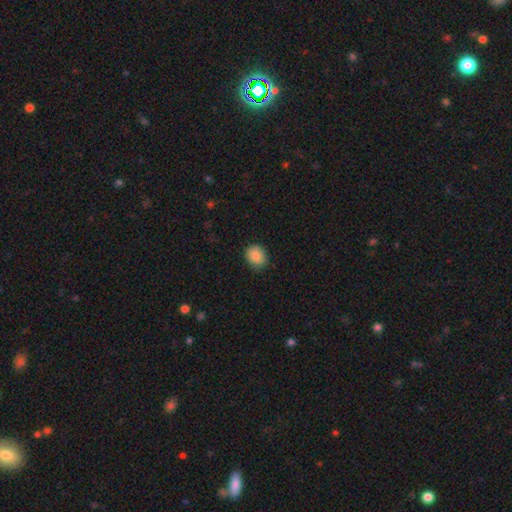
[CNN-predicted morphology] This appears to be a smooth galaxy with no disk features (87%) that is round (56%). Merging: none (81%).